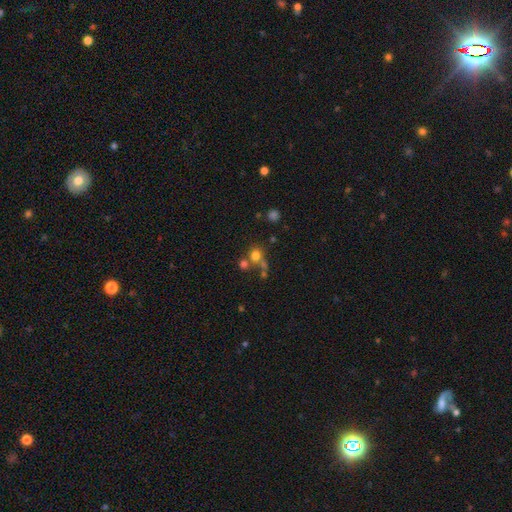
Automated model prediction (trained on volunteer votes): Overall: smooth (71%). How rounded: round (85%). Merging: none (50%; merger 34%).